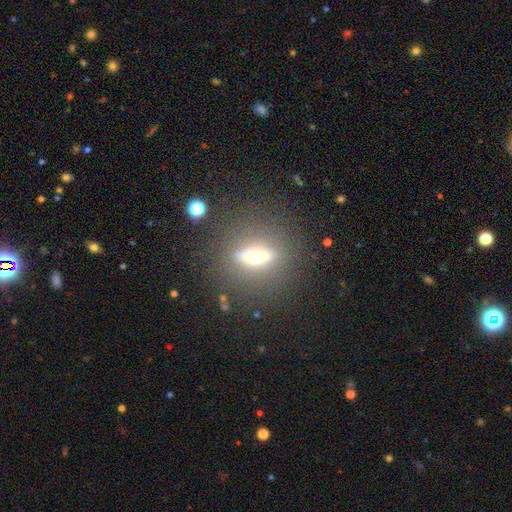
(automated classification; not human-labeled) This appears to be a featured or disk galaxy (53%) viewed edge-on (63%). Merging: none (82%).